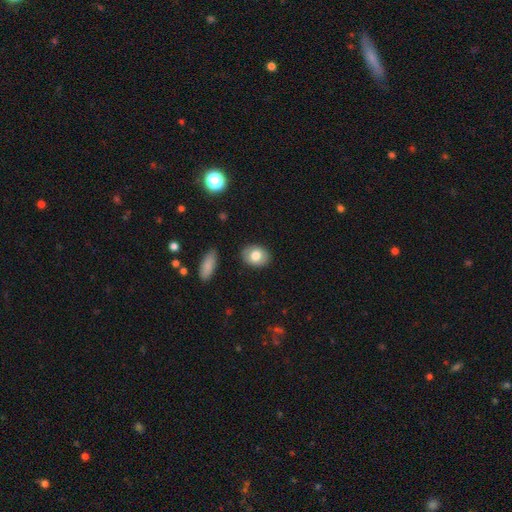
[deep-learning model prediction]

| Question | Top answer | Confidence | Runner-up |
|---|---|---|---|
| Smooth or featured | smooth | 77% | featured or disk (16%) |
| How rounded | in between | 62% | round (37%) |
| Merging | none | 86% | minor disturbance (10%) |